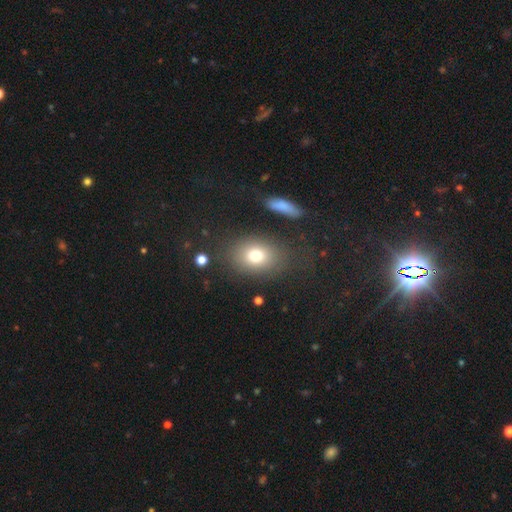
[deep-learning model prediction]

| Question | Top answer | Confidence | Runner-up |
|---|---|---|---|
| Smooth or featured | smooth | 74% | featured or disk (14%) |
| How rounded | in between | 60% | round (38%) |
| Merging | none | 76% | minor disturbance (12%) |